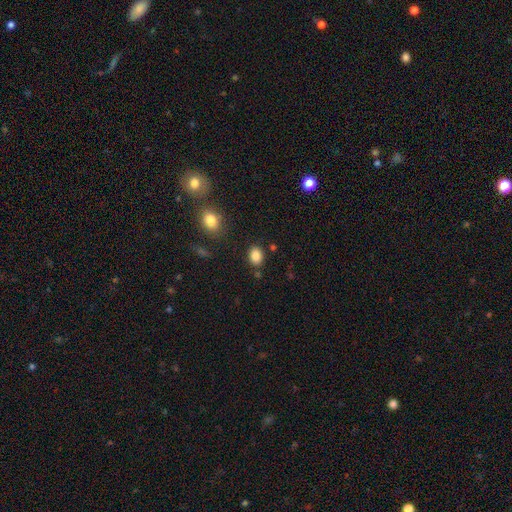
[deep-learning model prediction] smooth 86%, star or artifact 9%, featured or disk 4%. Down the decision tree: how rounded — in between (68%); merging — none (82%).